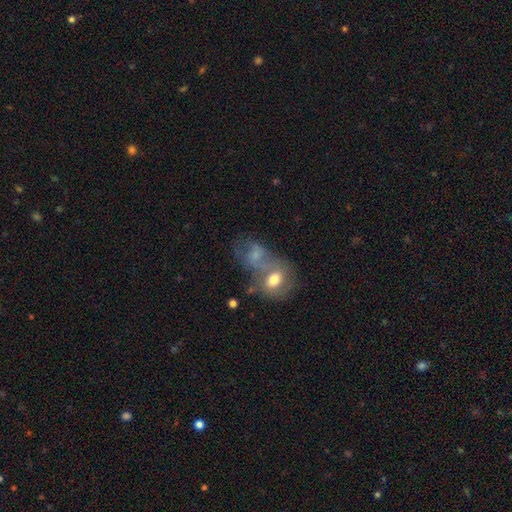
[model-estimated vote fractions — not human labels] smooth-or-featured: smooth: 58% | featured or disk: 30% | star or artifact: 12%
  how-rounded: in between: 66% | round: 32% | cigar-shaped: 2%
  merging: merger: 58% | none: 20% | major disturbance: 11% | minor disturbance: 11%